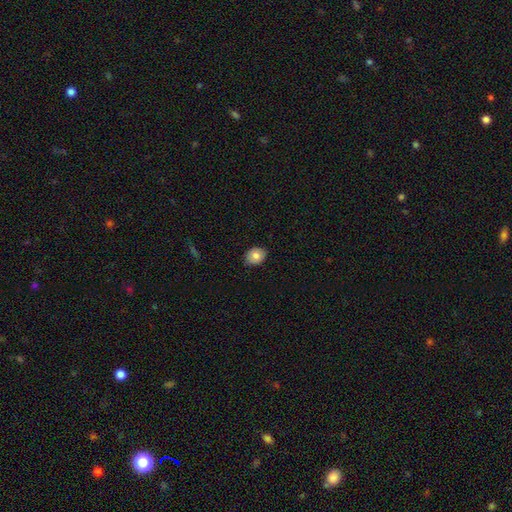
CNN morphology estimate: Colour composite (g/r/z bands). It shows a smooth galaxy with no disk features (79%) that is in between round and cigar-shaped (50%). Merging: none (86%).